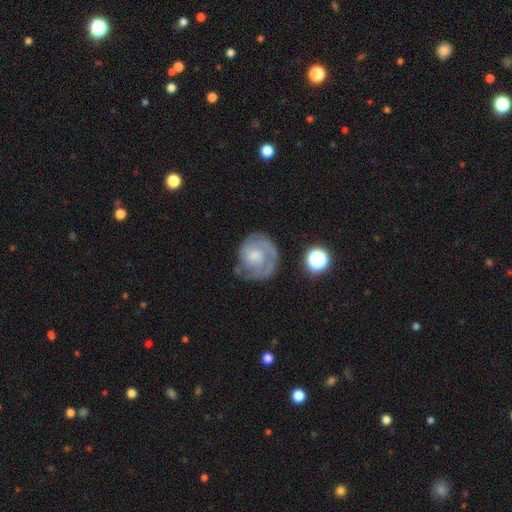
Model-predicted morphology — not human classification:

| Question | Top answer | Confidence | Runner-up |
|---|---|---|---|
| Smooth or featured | featured or disk | 69% | smooth (24%) |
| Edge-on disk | no | 98% | yes (2%) |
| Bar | no | 70% | weak (27%) |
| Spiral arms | yes | 87% | no (13%) |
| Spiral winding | tight | 59% | medium (31%) |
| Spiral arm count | can't tell | 29% | tied: 2 (29%) |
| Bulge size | small | 42% | moderate (34%) |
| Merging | none | 59% | minor disturbance (23%) |